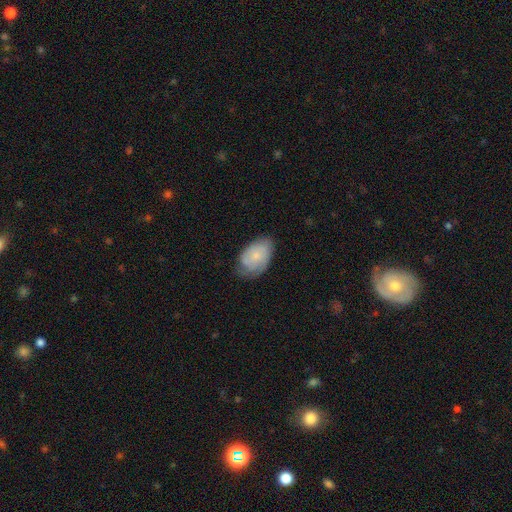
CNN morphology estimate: smooth_or_featured: smooth (p=0.56) [alt: featured or disk p=0.37]
how_rounded: in between (p=0.89) [alt: round p=0.09]
merging: none (p=0.60) [alt: minor disturbance p=0.30]